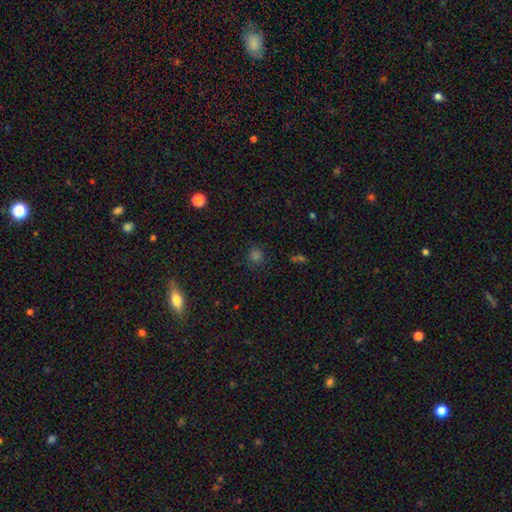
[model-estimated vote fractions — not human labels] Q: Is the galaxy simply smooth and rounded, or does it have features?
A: smooth — 68%.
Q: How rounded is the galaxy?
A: round — 87%.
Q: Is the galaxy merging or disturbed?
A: none — 87%.